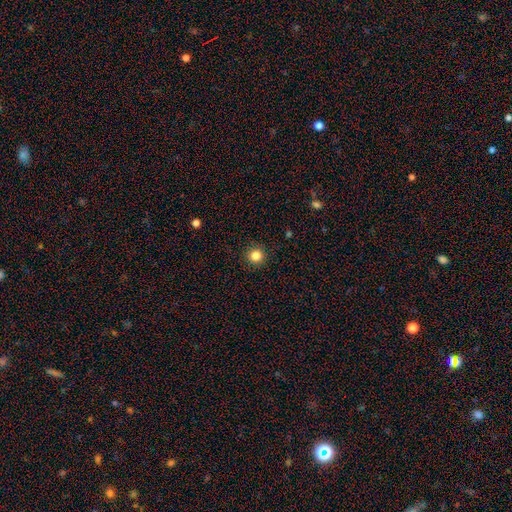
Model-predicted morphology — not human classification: A smooth galaxy with no disk features (84%) that is round (95%).

Vote fractions:
- Smooth or featured? smooth: 84% / star or artifact: 11% / featured or disk: 4%
- How rounded? round: 95% / in between: 4% / cigar-shaped: 1%
- Merging? none: 92% / minor disturbance: 5% / major disturbance: 2% / merger: 1%